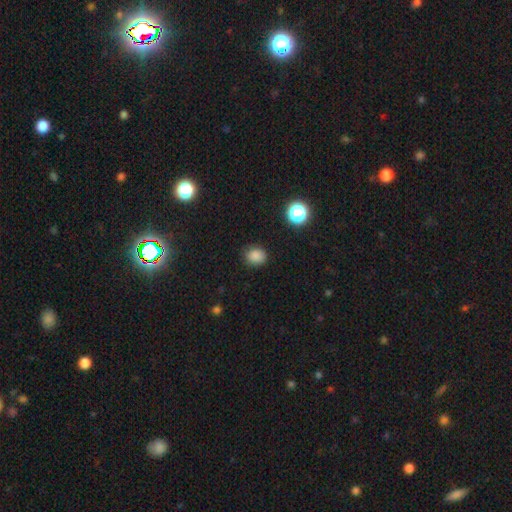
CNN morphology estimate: Smooth or featured: smooth — 83% (star or artifact — 13%)
How rounded: round — 63% (in between — 36%)
Merging: none — 83% (minor disturbance — 12%)